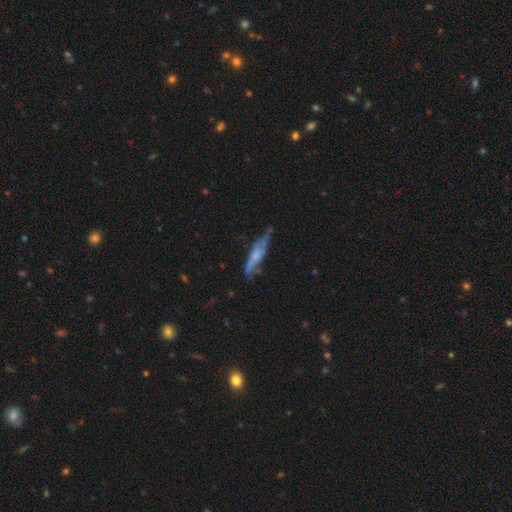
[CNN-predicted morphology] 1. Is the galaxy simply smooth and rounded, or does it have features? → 52% featured or disk, 41% smooth, 7% star or artifact.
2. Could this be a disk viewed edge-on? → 67% yes, 33% no.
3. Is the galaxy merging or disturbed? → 57% none, 29% minor disturbance, 10% major disturbance, 4% merger.